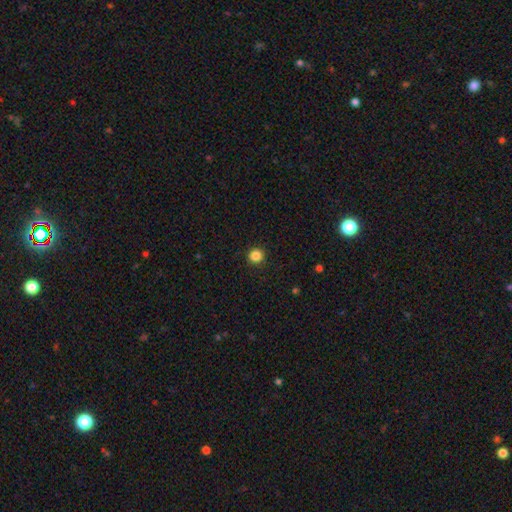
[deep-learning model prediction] A smooth galaxy with no disk features (86%) that is round (93%).

Vote fractions:
- Smooth or featured? smooth: 86% / star or artifact: 11% / featured or disk: 3%
- How rounded? round: 93% / in between: 6% / cigar-shaped: 1%
- Merging? none: 93% / minor disturbance: 5% / major disturbance: 2% / merger: 1%